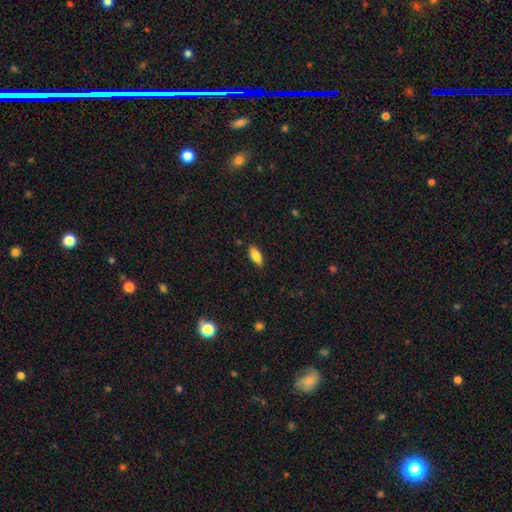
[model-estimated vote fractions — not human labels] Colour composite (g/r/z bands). It shows a smooth galaxy with no disk features (83%) that is in between round and cigar-shaped (77%). Merging: none (86%).